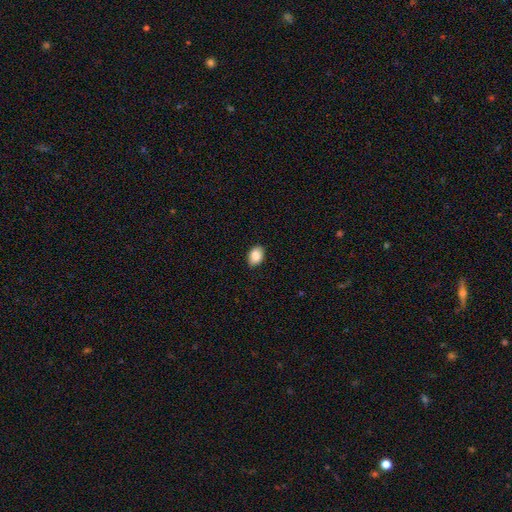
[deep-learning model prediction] Smooth or featured?
  - smooth: 88% *
  - star or artifact: 7%
  - featured or disk: 5%
How rounded?
  - in between: 84% *
  - round: 15%
  - cigar-shaped: 1%
Merging?
  - none: 90% *
  - minor disturbance: 8%
  - major disturbance: 2%
  - merger: 1%